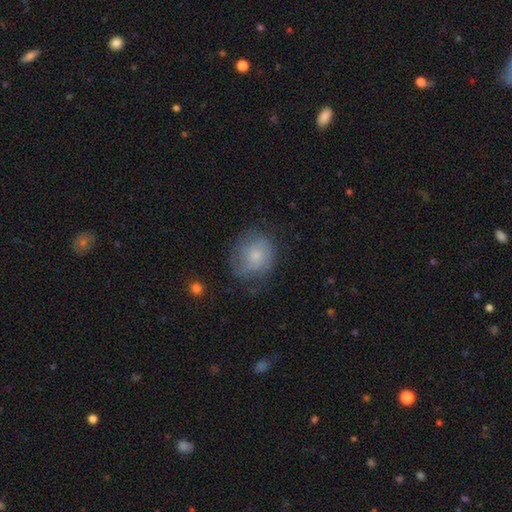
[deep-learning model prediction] smooth_or_featured: smooth (p=0.52) [alt: featured or disk p=0.40]
how_rounded: round (p=0.74) [alt: in between p=0.25]
merging: none (p=0.63) [alt: minor disturbance p=0.24]